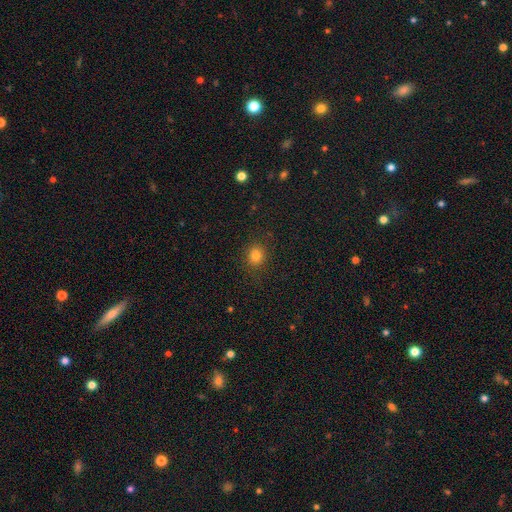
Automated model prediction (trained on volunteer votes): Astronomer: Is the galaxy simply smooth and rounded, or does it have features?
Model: smooth — 80%.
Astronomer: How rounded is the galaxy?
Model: round — 81%.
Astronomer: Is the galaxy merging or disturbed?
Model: none — 88%.